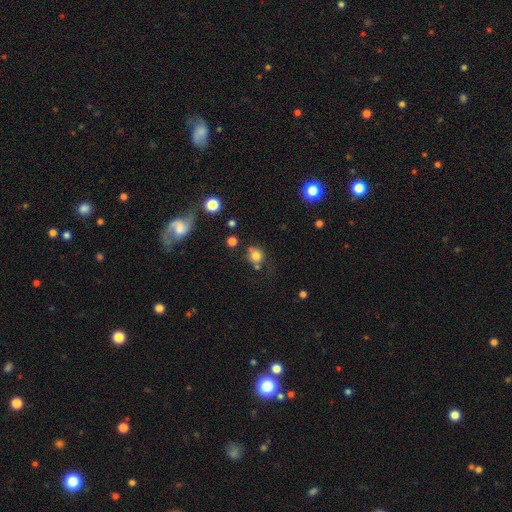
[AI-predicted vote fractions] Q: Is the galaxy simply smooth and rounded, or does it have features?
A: smooth — 78%.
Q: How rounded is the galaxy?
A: round — 77%.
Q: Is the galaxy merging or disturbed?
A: none — 59%.